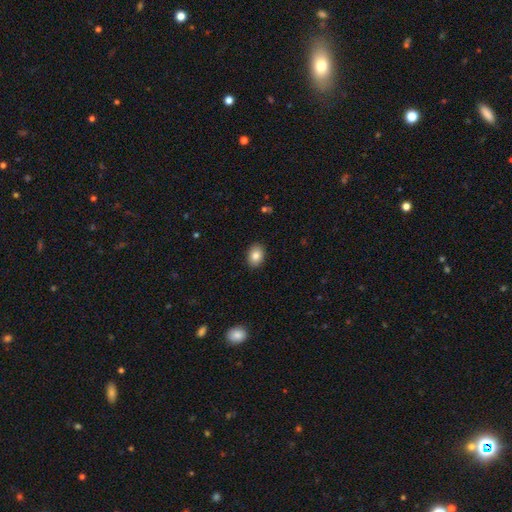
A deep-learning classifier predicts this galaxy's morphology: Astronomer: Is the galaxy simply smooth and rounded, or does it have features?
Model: smooth — 84%.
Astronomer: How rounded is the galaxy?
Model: in between — 73%.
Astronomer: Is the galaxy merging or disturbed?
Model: none — 89%.